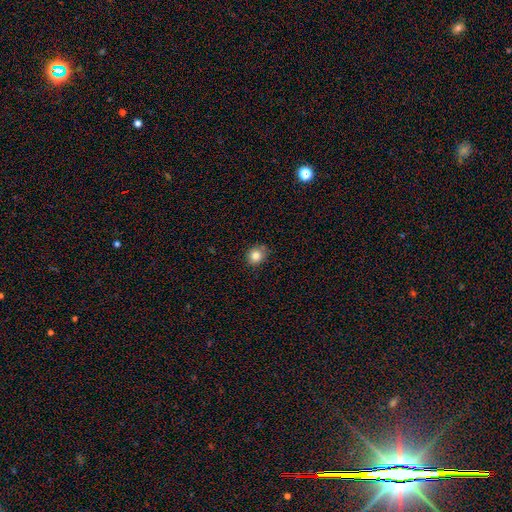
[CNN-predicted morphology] A smooth galaxy with no disk features (83%) that is round (83%). Merging: none (81%).